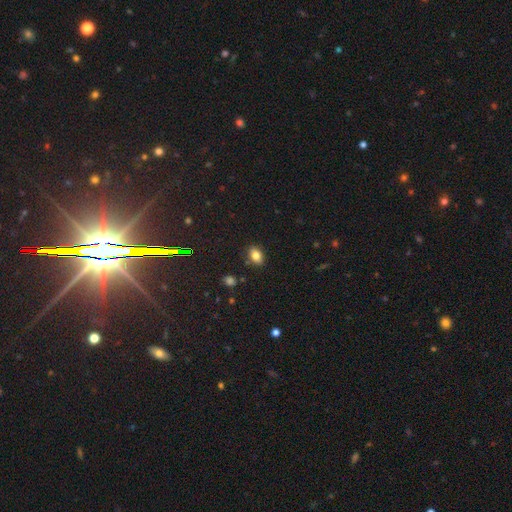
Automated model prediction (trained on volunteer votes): A smooth galaxy with no disk features (80%) that is in between round and cigar-shaped (84%). Merging: none (83%).